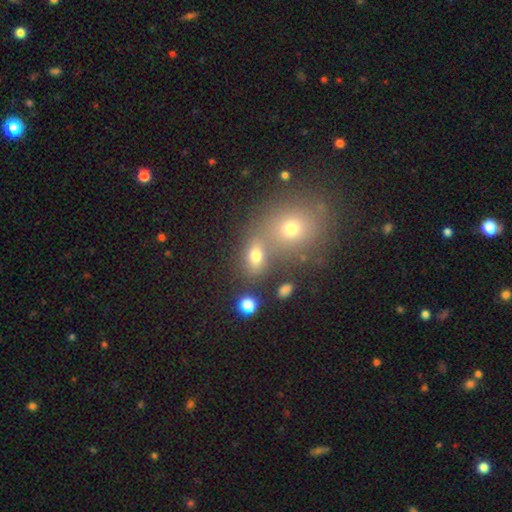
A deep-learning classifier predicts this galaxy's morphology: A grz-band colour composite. It shows a smooth galaxy with no disk features (70%) that is in between round and cigar-shaped (58%). Merging: none (52%).